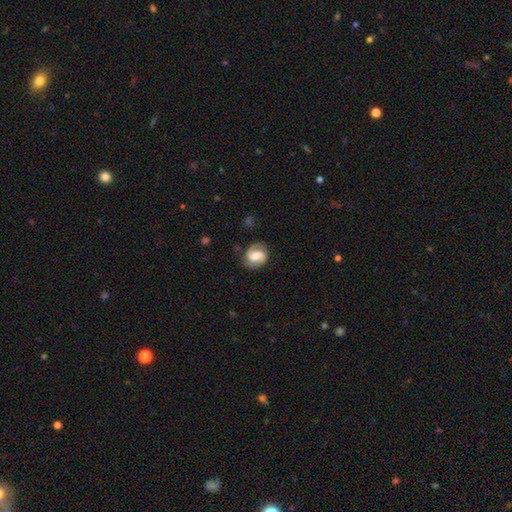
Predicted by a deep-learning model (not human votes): The model was most divided on "spiral winding": medium: 47%, tight: 34%, loose: 20%. Remaining: edge-on disk — no (98%); spiral arms — yes (92%); spiral arm count — 2 (88%); merging — none (79%); smooth or featured — featured or disk (72%); bulge size — moderate (57%); bar — weak (47%).